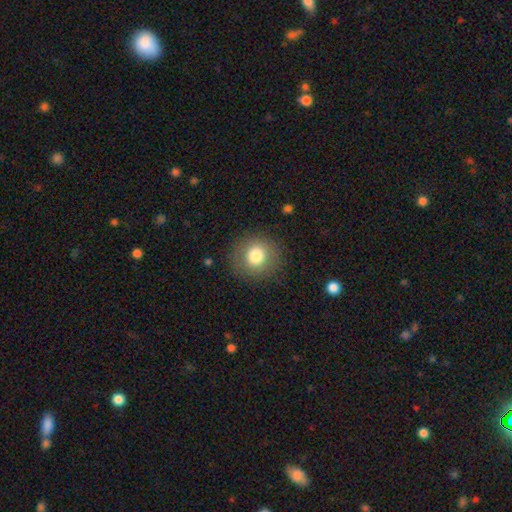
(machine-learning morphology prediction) Overall: smooth (79%). How rounded: round (91%). Merging: none (87%).